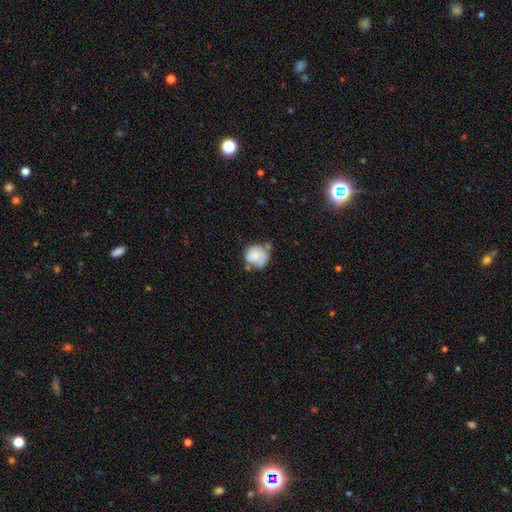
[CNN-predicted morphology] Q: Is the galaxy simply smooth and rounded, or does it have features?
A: smooth — 69%.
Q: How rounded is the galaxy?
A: round — 79%.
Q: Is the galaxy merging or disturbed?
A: none — 38%.